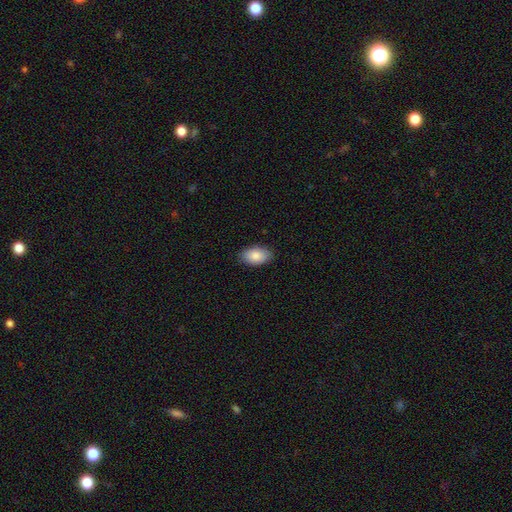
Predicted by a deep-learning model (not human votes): smooth-or-featured: smooth: 87% | featured or disk: 7% | star or artifact: 6%
  how-rounded: in between: 93% | round: 5% | cigar-shaped: 1%
  merging: none: 86% | minor disturbance: 11% | major disturbance: 2% | merger: 1%